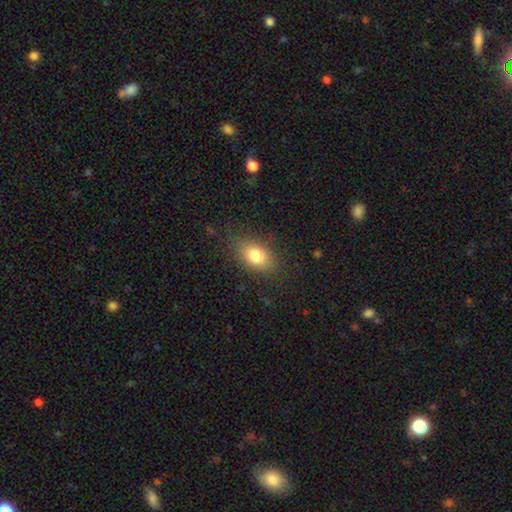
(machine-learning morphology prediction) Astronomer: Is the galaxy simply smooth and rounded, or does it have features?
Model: smooth — 79%.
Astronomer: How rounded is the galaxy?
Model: in between — 81%.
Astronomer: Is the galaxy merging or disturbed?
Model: none — 81%.